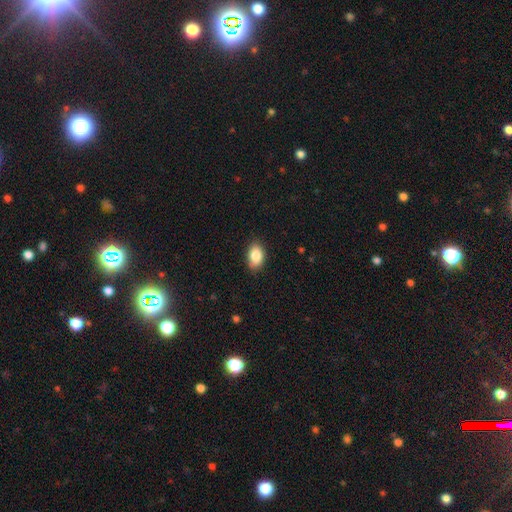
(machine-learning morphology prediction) Overall: smooth (86%). How rounded: in between (87%). Merging: none (84%).